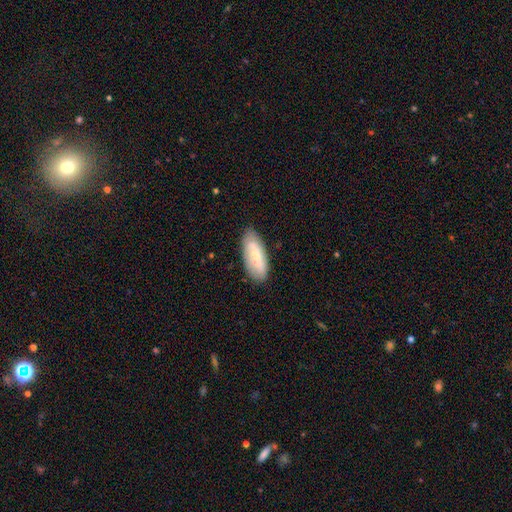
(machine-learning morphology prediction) smooth-or-featured: smooth: 63% | featured or disk: 31% | star or artifact: 6%
  how-rounded: in between: 75% | cigar-shaped: 22% | round: 2%
  merging: none: 83% | minor disturbance: 13% | major disturbance: 3% | merger: 1%